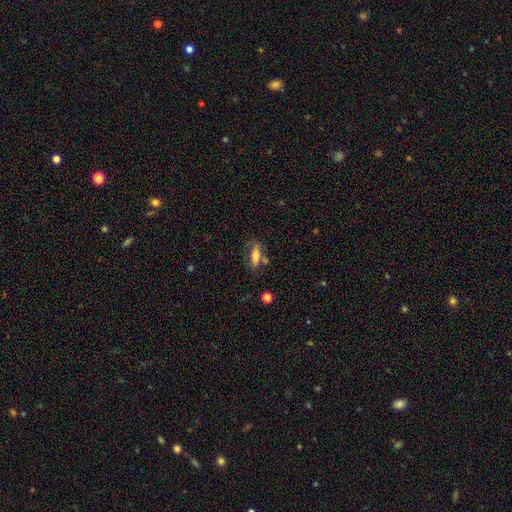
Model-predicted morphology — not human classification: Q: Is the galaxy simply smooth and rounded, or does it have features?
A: smooth — 59%.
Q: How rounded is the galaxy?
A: in between — 54%.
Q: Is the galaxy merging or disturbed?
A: none — 61%.